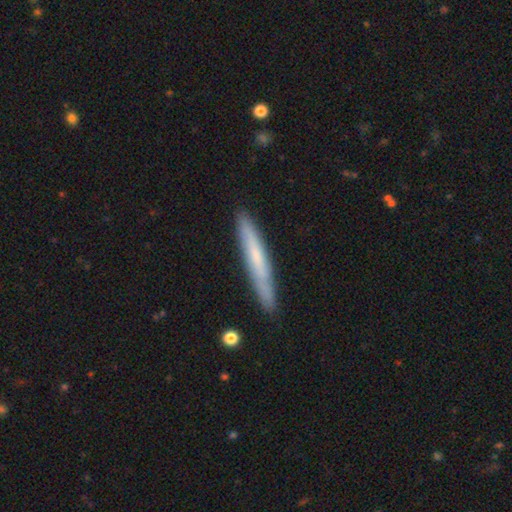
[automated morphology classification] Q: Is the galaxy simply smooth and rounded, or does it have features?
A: smooth — 60%.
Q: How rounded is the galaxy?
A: cigar-shaped — 95%.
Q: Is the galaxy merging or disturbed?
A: none — 87%.